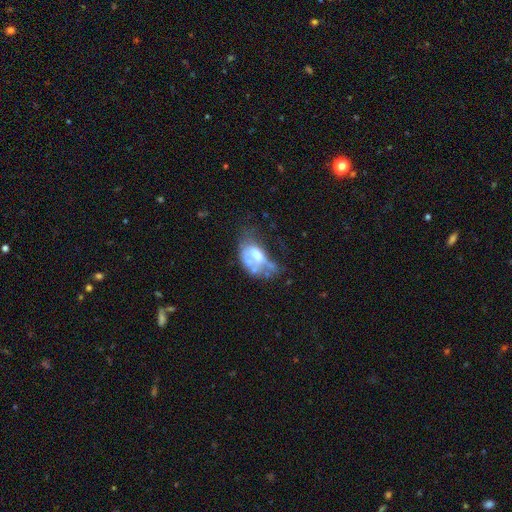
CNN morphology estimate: This is possibly a featured or disk galaxy (52%). It is clearly not viewed edge-on (95%). Merging: marginally major disturbance (36%).